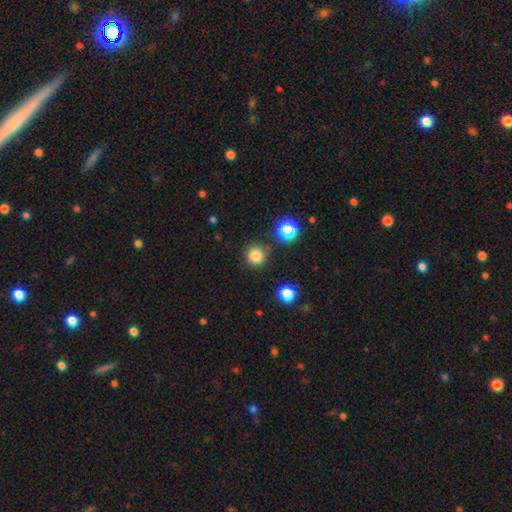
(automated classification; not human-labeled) smooth_or_featured: smooth (p=0.77) [alt: star or artifact p=0.18]
how_rounded: round (p=0.94) [alt: in between p=0.05]
merging: none (p=0.86) [alt: minor disturbance p=0.07]